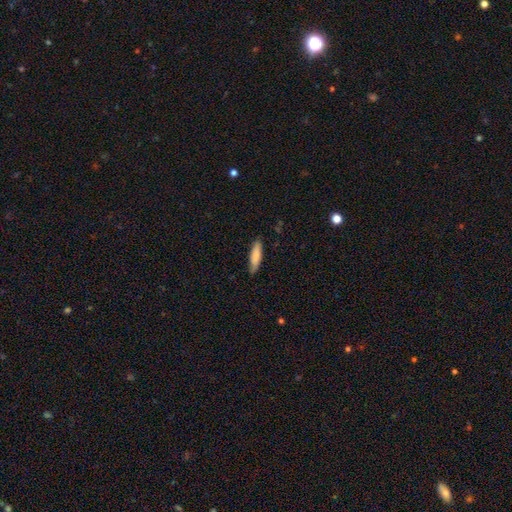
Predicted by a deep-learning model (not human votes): Morphology: type=smooth (81%); roundness=cigar-shaped (68%); merging=none (82%).